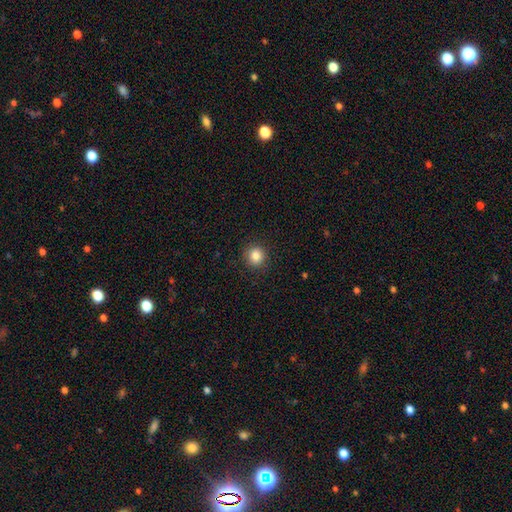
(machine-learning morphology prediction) A smooth galaxy with no disk features (85%) that is round (91%). Merging: none (91%).